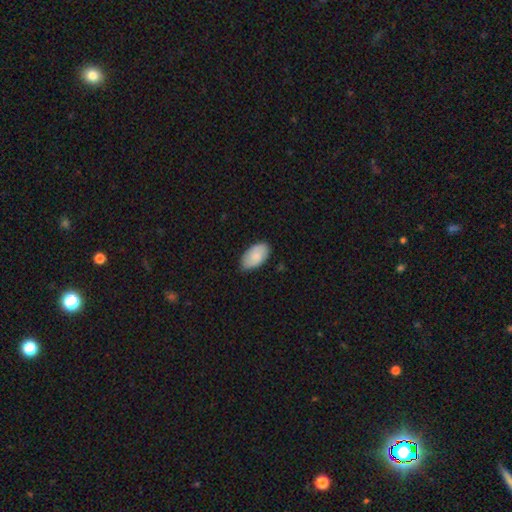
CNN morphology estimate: A smooth galaxy with no disk features (80%) that is in between round and cigar-shaped (95%).

Vote fractions:
- Smooth or featured? smooth: 80% / featured or disk: 15% / star or artifact: 6%
- How rounded? in between: 95% / round: 4% / cigar-shaped: 2%
- Merging? none: 79% / minor disturbance: 17% / major disturbance: 3% / merger: 1%